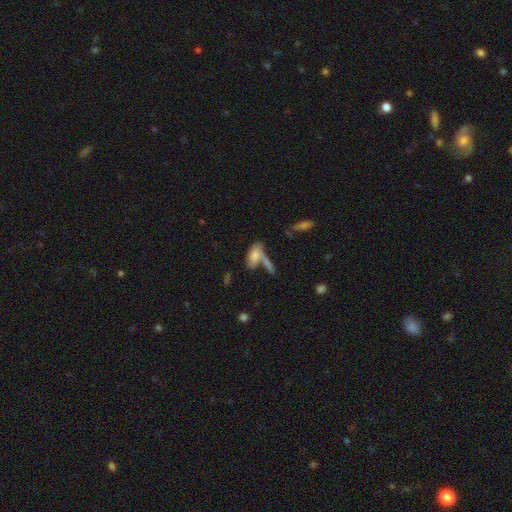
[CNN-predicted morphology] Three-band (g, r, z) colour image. It shows a smooth galaxy with no disk features (69%) that is in between round and cigar-shaped (80%). Merging: merger (38%, tied with none).